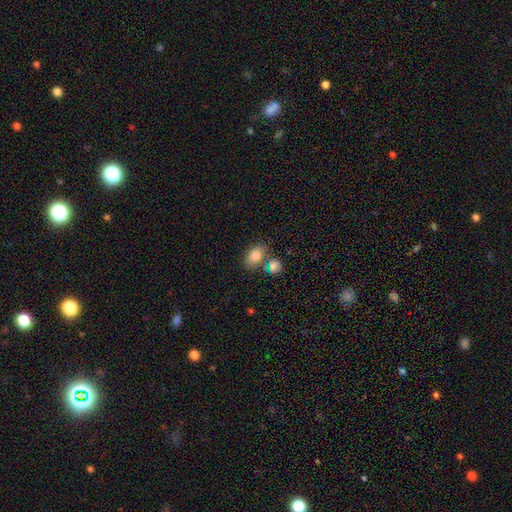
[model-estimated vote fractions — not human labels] Smooth or featured? smooth (80%)
How rounded? in between (83%)
Merging? none (61%)